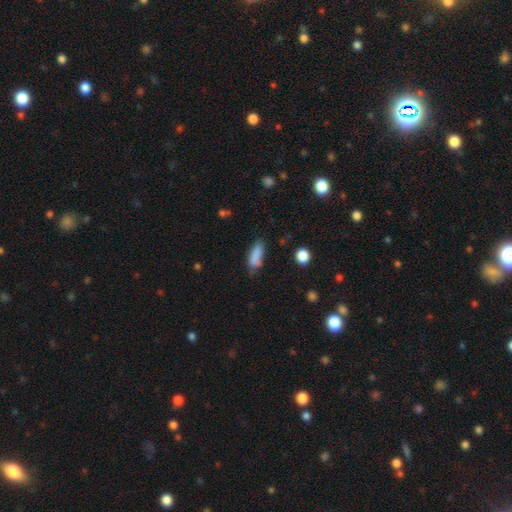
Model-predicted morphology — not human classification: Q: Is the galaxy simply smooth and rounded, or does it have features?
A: smooth — 81%.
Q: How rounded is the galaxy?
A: in between — 66%.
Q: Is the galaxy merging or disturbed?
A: none — 55%.